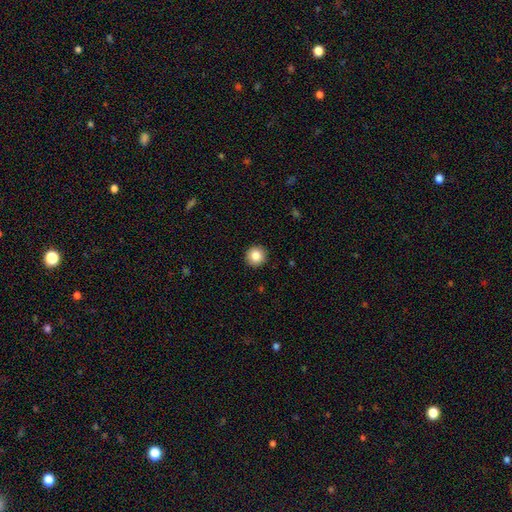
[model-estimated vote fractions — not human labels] A smooth galaxy with no disk features (85%) that is round (95%). Merging: none (93%).